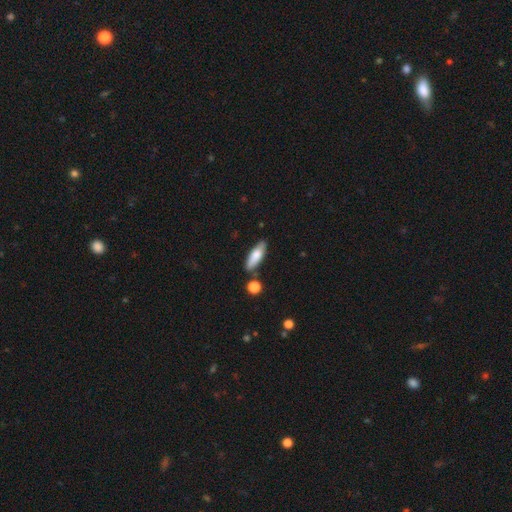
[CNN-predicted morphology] Smooth or featured? Predicted: smooth (p=0.75). How rounded? Predicted: in between (p=0.53). Merging? Predicted: none (p=0.78).